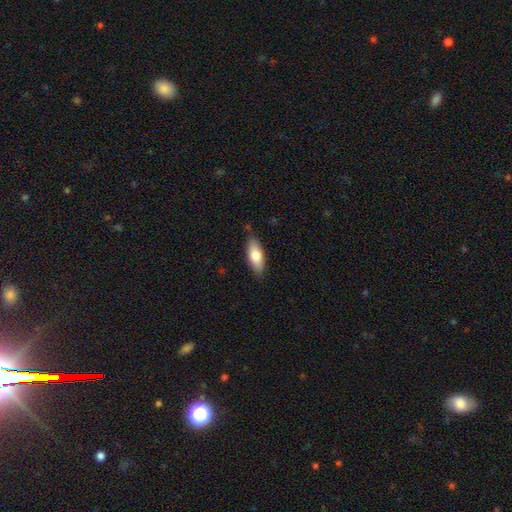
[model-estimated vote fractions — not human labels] A smooth galaxy with no disk features (78%) that is in between round and cigar-shaped (76%).

Vote fractions:
- Smooth or featured? smooth: 78% / featured or disk: 16% / star or artifact: 6%
- How rounded? in between: 76% / cigar-shaped: 21% / round: 2%
- Merging? none: 83% / minor disturbance: 14% / major disturbance: 2% / merger: 1%